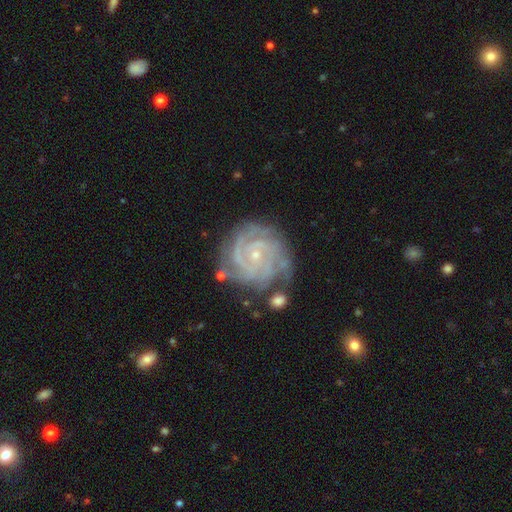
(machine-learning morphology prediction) This is clearly a featured or disk galaxy (90%). It is clearly not viewed edge-on (98%). Bar: likely no (67%). Spiral arm pattern: clearly yes (98%). Spiral arm count: marginally 3 (33%). Spiral winding: likely tight (76%). Central bulge: clearly small (83%). Merging: likely none (68%).